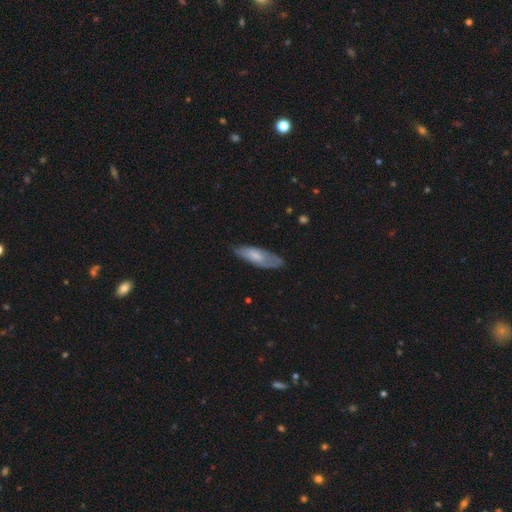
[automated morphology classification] smooth_or_featured: smooth (p=0.64) [alt: featured or disk p=0.30]
how_rounded: in between (p=0.58) [alt: cigar-shaped p=0.41]
merging: none (p=0.66) [alt: minor disturbance p=0.26]